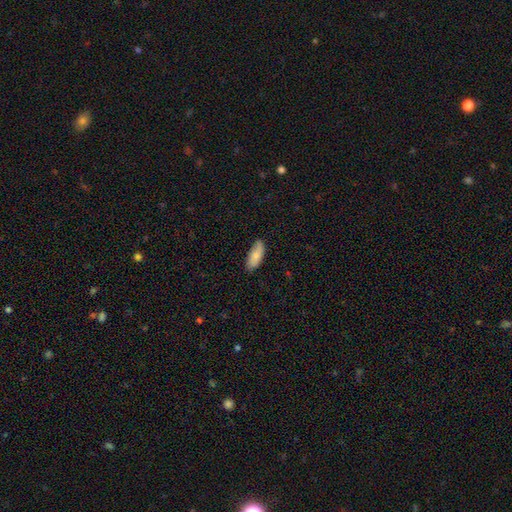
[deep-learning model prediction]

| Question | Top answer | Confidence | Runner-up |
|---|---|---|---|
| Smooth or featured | smooth | 79% | featured or disk (15%) |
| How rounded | in between | 79% | cigar-shaped (19%) |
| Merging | none | 78% | minor disturbance (18%) |